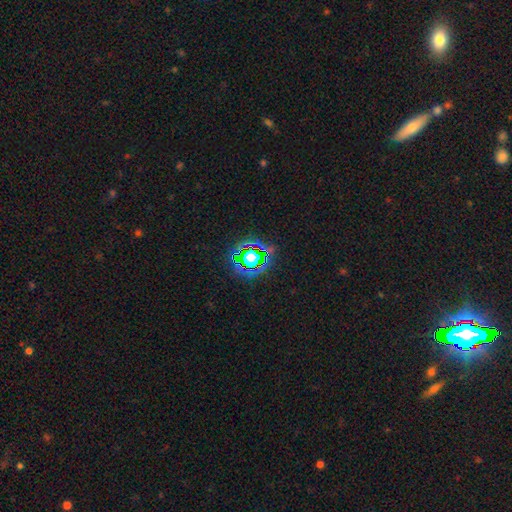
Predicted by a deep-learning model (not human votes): Morphology: type=star or artifact (72%).